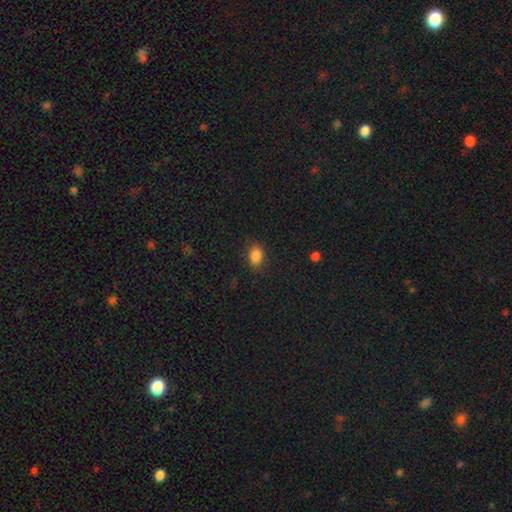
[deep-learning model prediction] Smooth or featured? smooth (85%)
How rounded? in between (78%)
Merging? none (83%)